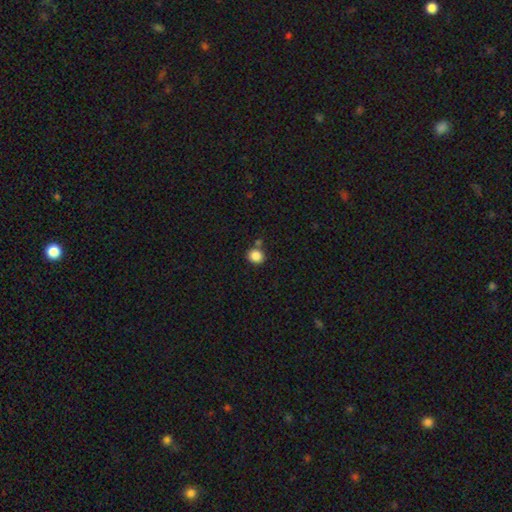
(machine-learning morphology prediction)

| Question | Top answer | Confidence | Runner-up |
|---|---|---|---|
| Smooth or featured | smooth | 86% | star or artifact (10%) |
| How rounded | round | 81% | in between (18%) |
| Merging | none | 78% | merger (10%) |